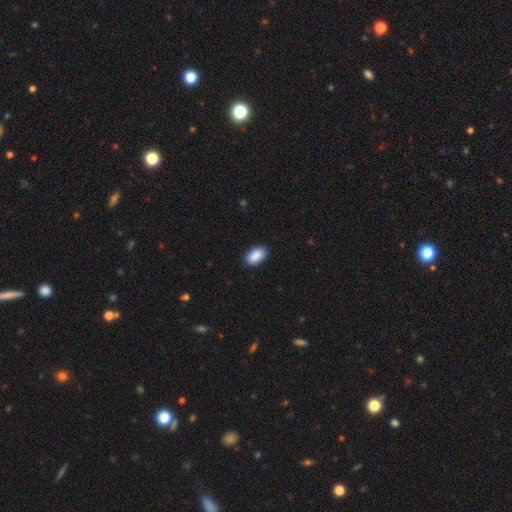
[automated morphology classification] This appears to be a smooth galaxy with no disk features (91%) that is in between round and cigar-shaped (94%). Merging: none (89%).